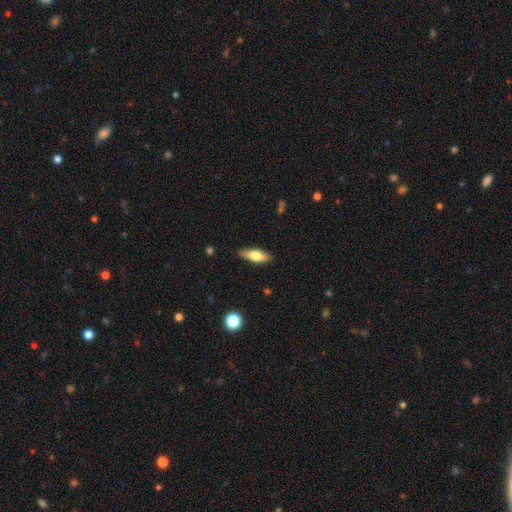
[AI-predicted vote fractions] Smooth or featured: smooth — 72% (featured or disk — 22%)
How rounded: in between — 71% (cigar-shaped — 27%)
Merging: none — 86% (minor disturbance — 10%)